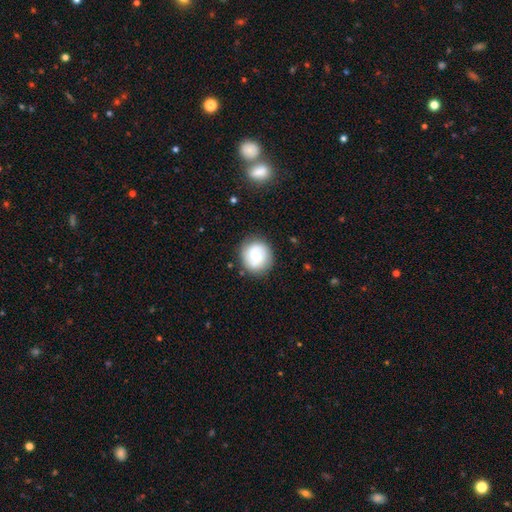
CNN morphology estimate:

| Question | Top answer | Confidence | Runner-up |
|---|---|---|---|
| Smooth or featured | smooth | 49% | featured or disk (44%) |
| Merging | none | 83% | minor disturbance (12%) |